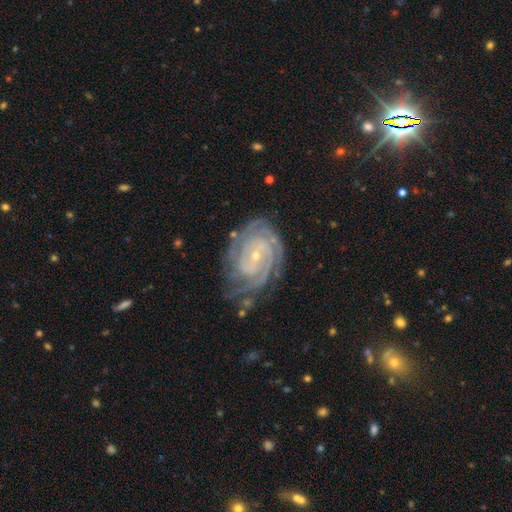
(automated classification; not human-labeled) Smooth or featured: featured or disk — 90% (star or artifact — 6%)
Edge-on disk: no — 97% (yes — 3%)
Bar: no — 55% (weak — 33%)
Spiral arms: yes — 98% (no — 2%)
Spiral winding: tight — 80% (medium — 18%)
Spiral arm count: 2 — 27% (3 — 24%)
Bulge size: small — 78% (moderate — 18%)
Merging: none — 69% (minor disturbance — 21%)